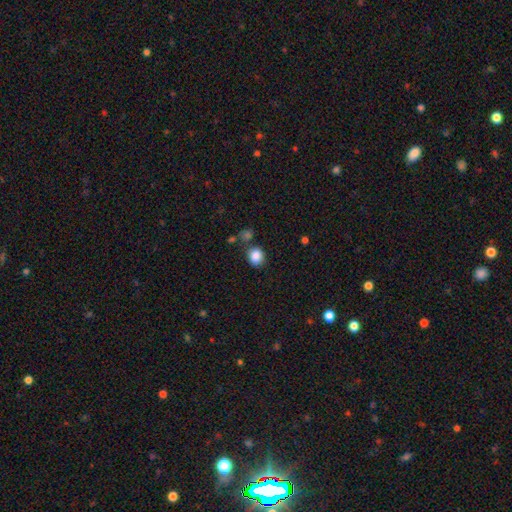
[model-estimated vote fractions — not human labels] A smooth galaxy with no disk features (86%) that is round (72%).

Vote fractions:
- Smooth or featured? smooth: 86% / star or artifact: 9% / featured or disk: 4%
- How rounded? round: 72% / in between: 27% / cigar-shaped: 1%
- Merging? none: 76% / minor disturbance: 12% / merger: 8% / major disturbance: 4%